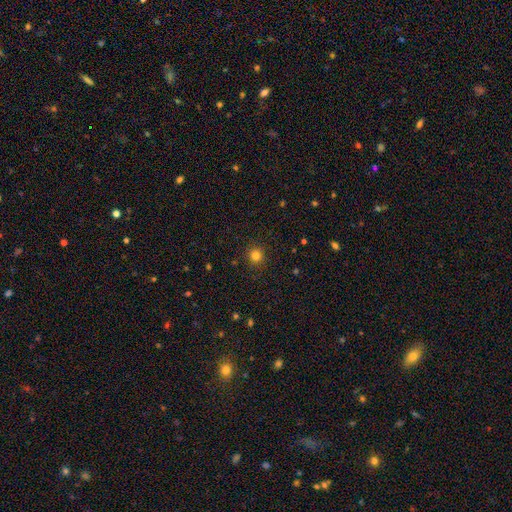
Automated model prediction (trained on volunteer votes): Overall: smooth (82%). How rounded: round (93%). Merging: none (91%).